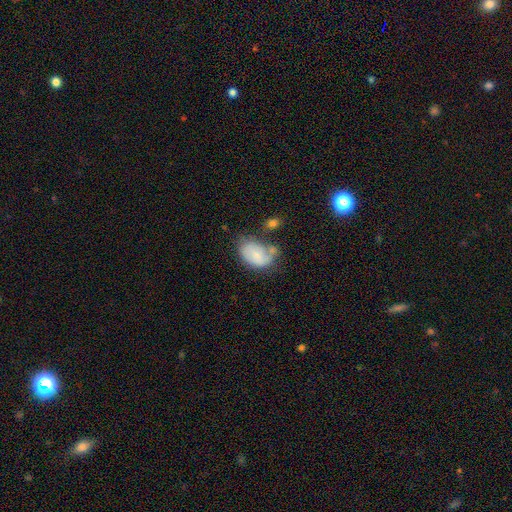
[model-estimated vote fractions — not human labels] Q: Smooth or featured?
A: smooth (68%); runner-up: featured or disk (24%)
Q: How rounded?
A: in between (86%); runner-up: round (12%)
Q: Merging?
A: none (37%); runner-up: minor disturbance (30%)